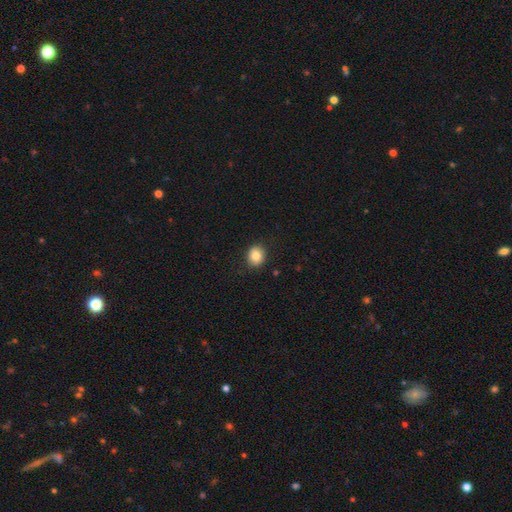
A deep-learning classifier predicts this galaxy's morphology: smooth-or-featured: smooth: 83% | star or artifact: 10% | featured or disk: 7%
  how-rounded: round: 69% | in between: 30% | cigar-shaped: 1%
  merging: none: 89% | minor disturbance: 8% | major disturbance: 2% | merger: 1%